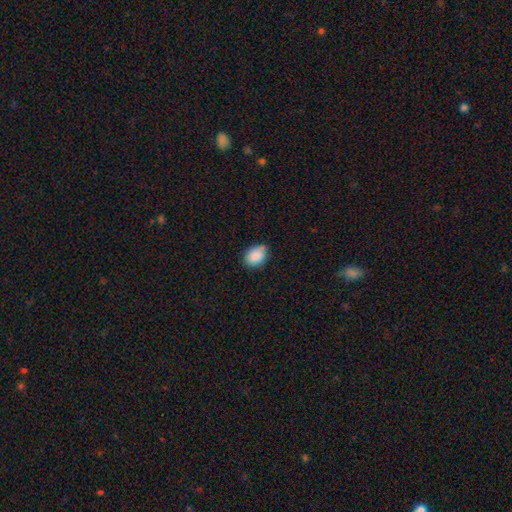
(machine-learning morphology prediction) Smooth or featured: smooth — 88% (star or artifact — 8%)
How rounded: in between — 67% (round — 32%)
Merging: none — 72% (minor disturbance — 21%)